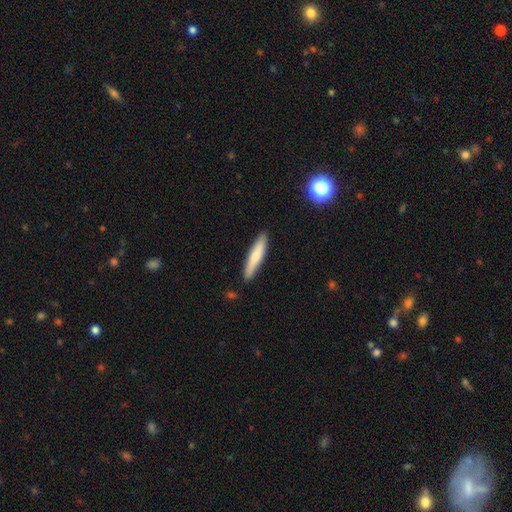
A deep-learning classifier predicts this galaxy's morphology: A smooth galaxy with no disk features (75%) that is cigar-shaped (87%). Merging: none (89%).